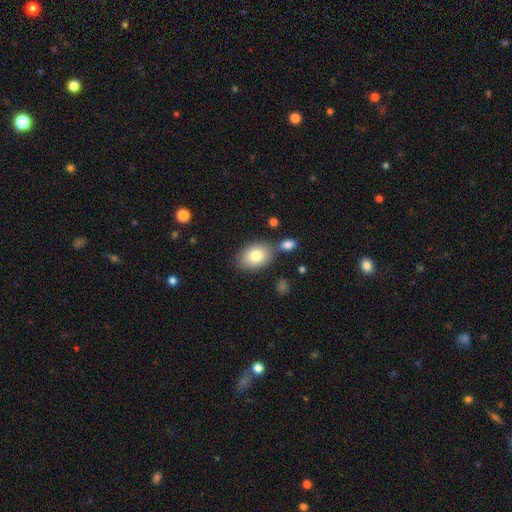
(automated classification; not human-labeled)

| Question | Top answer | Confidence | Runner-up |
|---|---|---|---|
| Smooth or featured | smooth | 81% | featured or disk (11%) |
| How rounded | in between | 78% | round (21%) |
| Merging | none | 73% | minor disturbance (12%) |